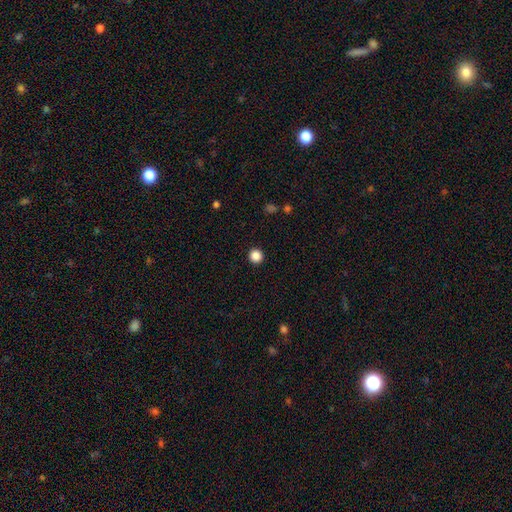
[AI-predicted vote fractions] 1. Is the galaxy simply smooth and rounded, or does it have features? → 86% smooth, 11% star or artifact, 3% featured or disk.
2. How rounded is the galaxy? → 95% round, 4% in between, 1% cigar-shaped.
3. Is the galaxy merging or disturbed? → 93% none, 4% minor disturbance, 2% major disturbance, 1% merger.